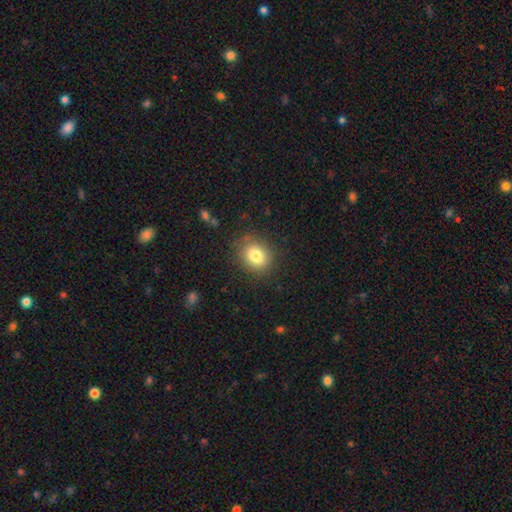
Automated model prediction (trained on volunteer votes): This is clearly a smooth galaxy (81%). How rounded: possibly round (57%). Merging: clearly none (84%).